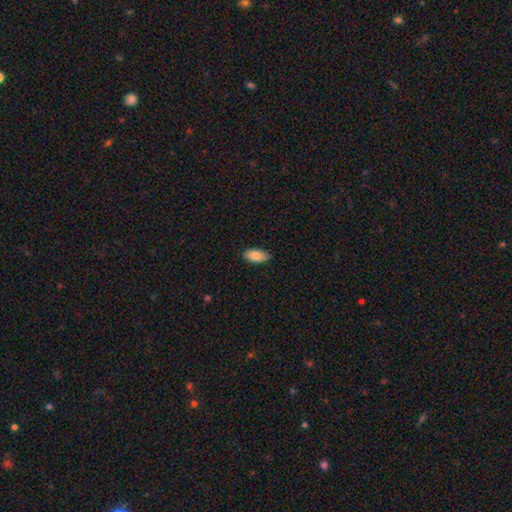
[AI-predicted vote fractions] Smooth or featured?
  - smooth: 87% *
  - featured or disk: 7%
  - star or artifact: 6%
How rounded?
  - in between: 91% *
  - cigar-shaped: 6%
  - round: 2%
Merging?
  - none: 86% *
  - minor disturbance: 11%
  - major disturbance: 2%
  - merger: 1%